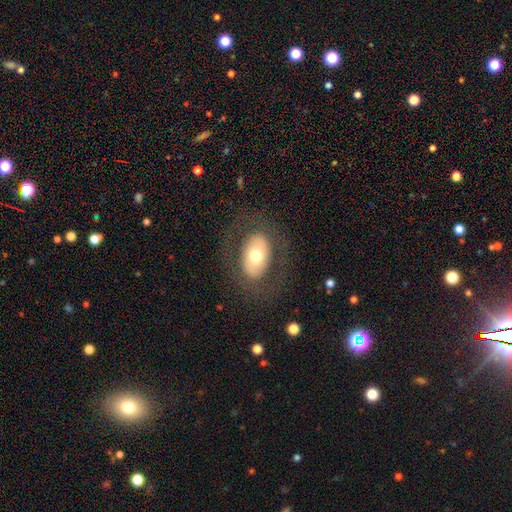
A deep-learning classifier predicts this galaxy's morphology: smooth 56%, featured or disk 37%, star or artifact 7%. Down the decision tree: how rounded — in between (86%); merging — none (79%).